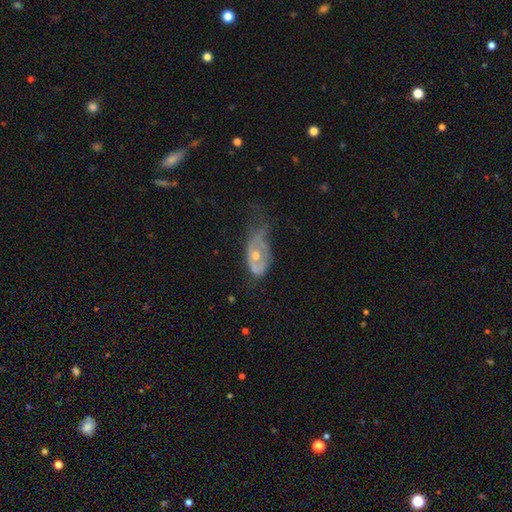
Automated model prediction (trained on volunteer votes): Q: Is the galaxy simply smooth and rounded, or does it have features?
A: featured or disk — 59%.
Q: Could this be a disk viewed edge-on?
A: no — 91%.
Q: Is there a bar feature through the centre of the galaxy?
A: no — 83%.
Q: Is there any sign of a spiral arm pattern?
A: no — 60%.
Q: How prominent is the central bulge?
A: moderate — 63%.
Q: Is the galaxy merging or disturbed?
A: major disturbance — 43%.